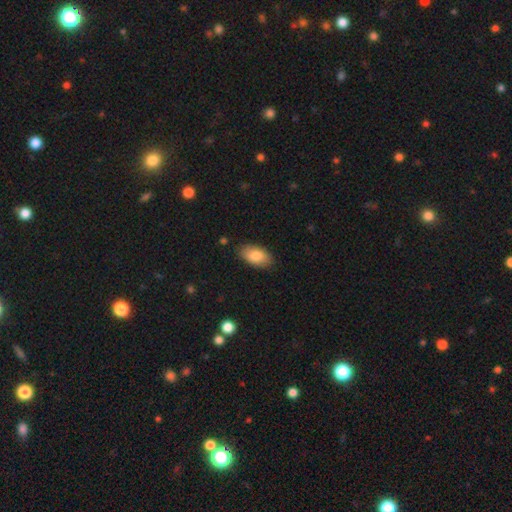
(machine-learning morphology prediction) Overall: smooth (84%). How rounded: in between (94%). Merging: none (86%).